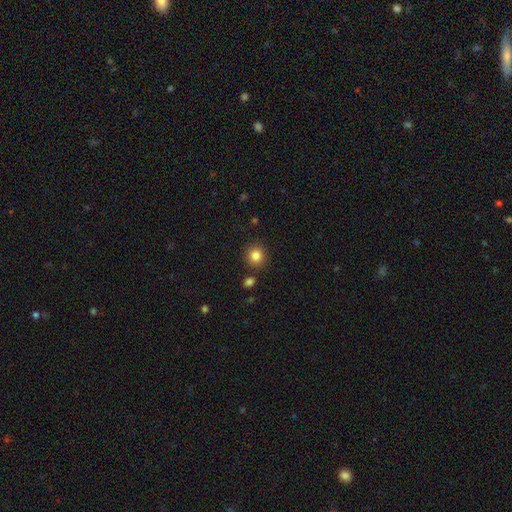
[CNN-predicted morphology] Smooth or featured? Predicted: smooth (p=0.84). How rounded? Predicted: round (p=0.91). Merging? Predicted: none (p=0.87).